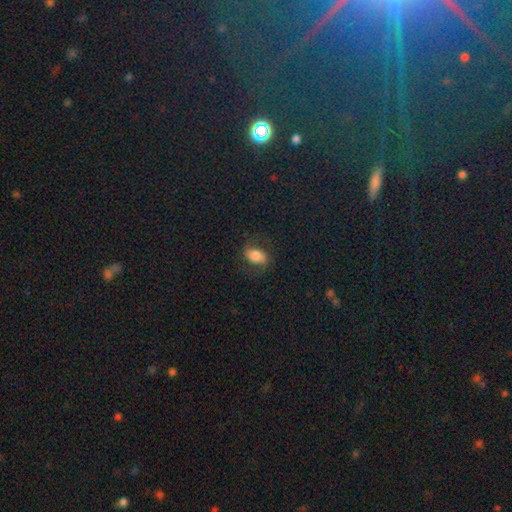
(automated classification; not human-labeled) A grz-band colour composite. It shows a smooth galaxy with no disk features (65%) that is in between round and cigar-shaped (85%). Merging: none (73%).